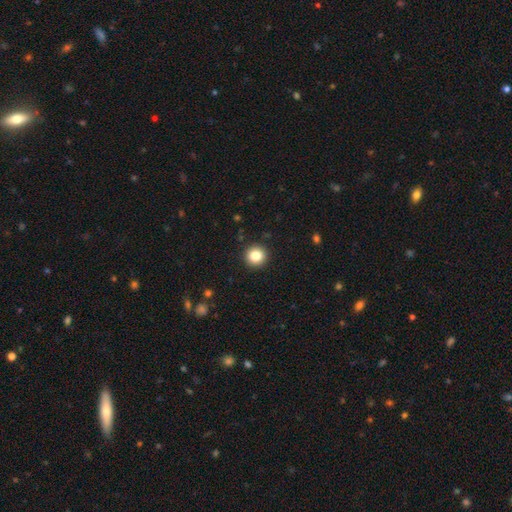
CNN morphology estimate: Smooth or featured? smooth (84%)
How rounded? round (95%)
Merging? none (93%)